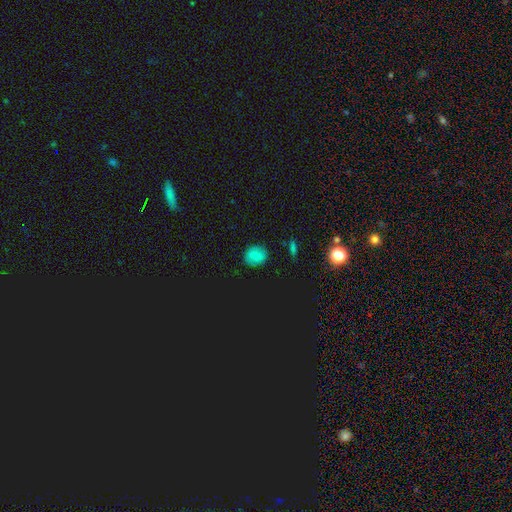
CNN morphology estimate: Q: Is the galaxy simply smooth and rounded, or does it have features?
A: smooth — 69%.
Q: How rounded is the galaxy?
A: round — 63%.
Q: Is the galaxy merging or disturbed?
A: none — 85%.